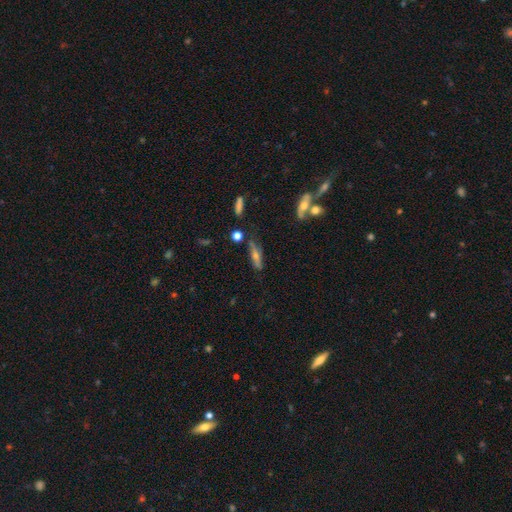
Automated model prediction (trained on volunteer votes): Smooth or featured? featured or disk (45%)
Merging? none (70%)